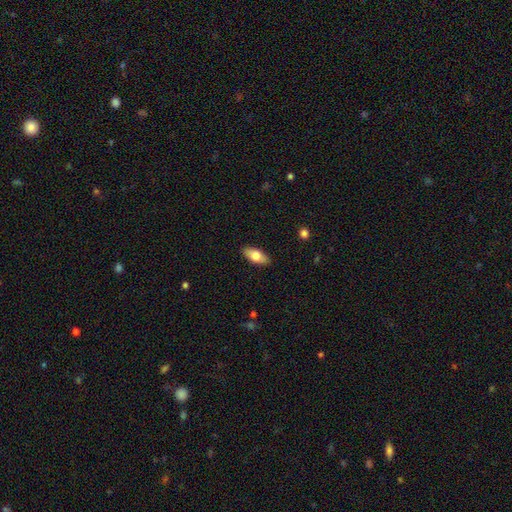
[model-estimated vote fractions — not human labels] This is likely a smooth galaxy (71%). How rounded: clearly in between (85%). Merging: clearly none (88%).